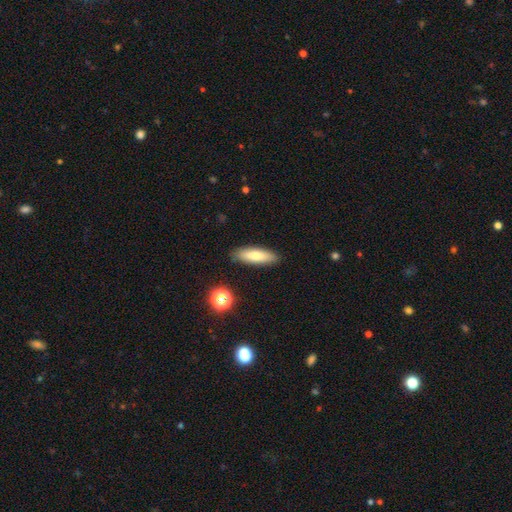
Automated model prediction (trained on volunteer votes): smooth 76%, featured or disk 17%, star or artifact 7%. Down the decision tree: how rounded — cigar-shaped (51%); merging — none (87%).